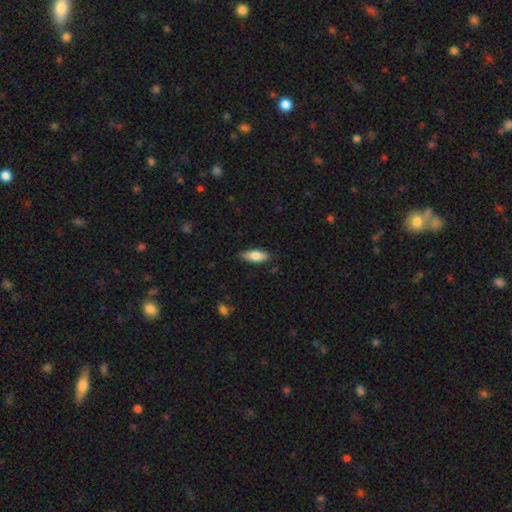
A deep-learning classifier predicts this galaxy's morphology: This appears to be a smooth galaxy with no disk features (78%) that is in between round and cigar-shaped (72%). Merging: none (82%).